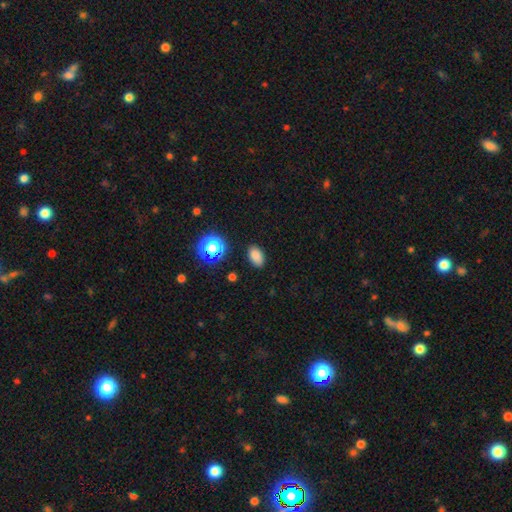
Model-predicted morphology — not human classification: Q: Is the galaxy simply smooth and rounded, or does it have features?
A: smooth — 82%.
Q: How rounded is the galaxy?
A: in between — 87%.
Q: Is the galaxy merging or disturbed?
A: none — 86%.